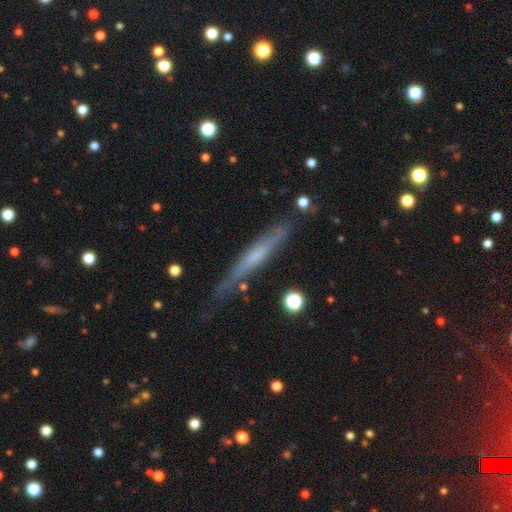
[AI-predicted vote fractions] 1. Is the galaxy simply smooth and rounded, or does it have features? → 50% featured or disk, 43% smooth, 7% star or artifact.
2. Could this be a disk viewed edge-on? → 89% yes, 11% no.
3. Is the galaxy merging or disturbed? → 71% none, 21% minor disturbance, 5% major disturbance, 3% merger.